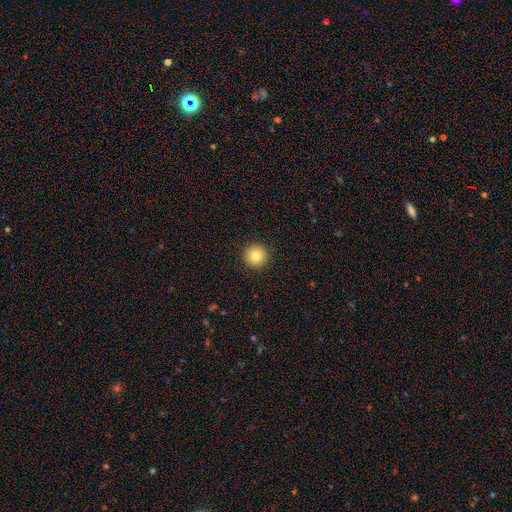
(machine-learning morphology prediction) Smooth or featured? smooth (82%)
How rounded? round (96%)
Merging? none (92%)